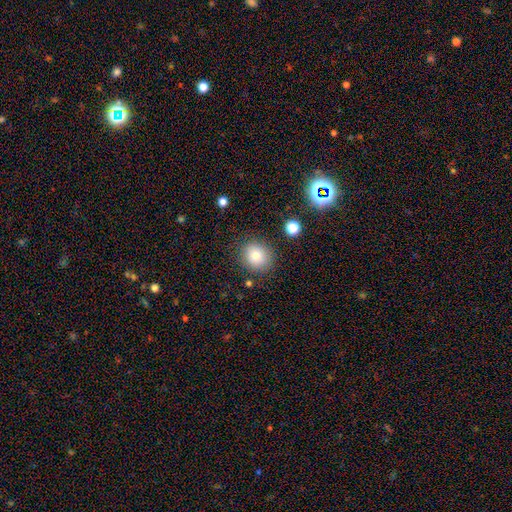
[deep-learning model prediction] Smooth or featured?
  - smooth: 80% *
  - star or artifact: 11%
  - featured or disk: 10%
How rounded?
  - round: 80% *
  - in between: 19%
  - cigar-shaped: 1%
Merging?
  - none: 84% *
  - minor disturbance: 10%
  - major disturbance: 3%
  - merger: 2%